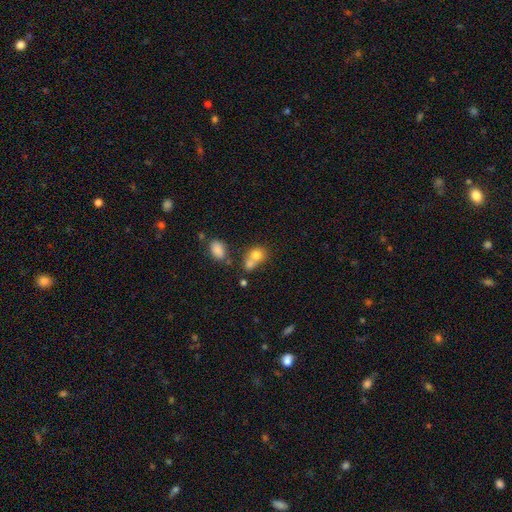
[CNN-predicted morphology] This is likely a smooth galaxy (75%). How rounded: likely round (62%). Merging: possibly merger (55%).